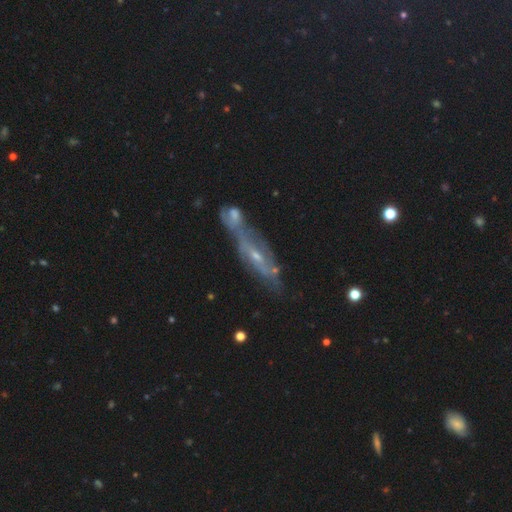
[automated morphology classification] Overall: featured or disk (76%). Edge-on disk: no (68%; yes 32%). Bar: no (47%; weak 36%). Spiral arms: yes (72%). Bulge size: small (65%; moderate 29%). Merging: merger (43%; none 34%).